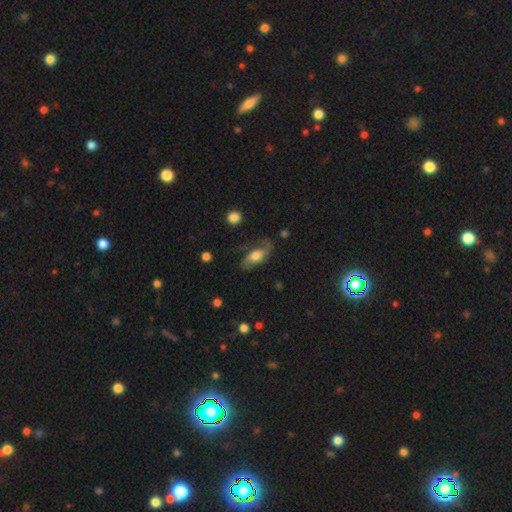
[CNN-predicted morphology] A featured or disk galaxy (51%).

Vote fractions:
- Smooth or featured? featured or disk: 51% / smooth: 41% / star or artifact: 8%
- Edge-on disk? no: 82% / yes: 18%
- Merging? none: 63% / minor disturbance: 23% / major disturbance: 12% / merger: 2%